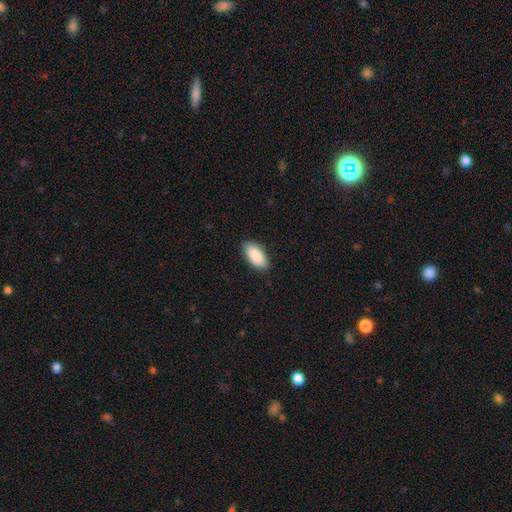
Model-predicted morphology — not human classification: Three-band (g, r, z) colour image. It shows a smooth galaxy with no disk features (90%) that is in between round and cigar-shaped (92%). Merging: none (87%).